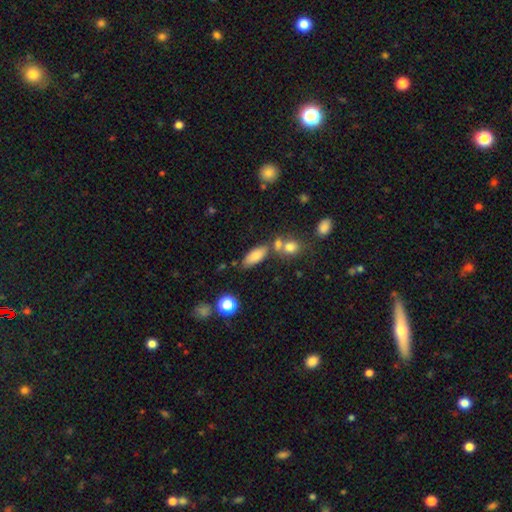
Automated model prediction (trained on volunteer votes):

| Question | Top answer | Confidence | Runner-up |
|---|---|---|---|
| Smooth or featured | smooth | 81% | star or artifact (10%) |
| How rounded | in between | 79% | cigar-shaped (18%) |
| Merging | none | 65% | merger (17%) |